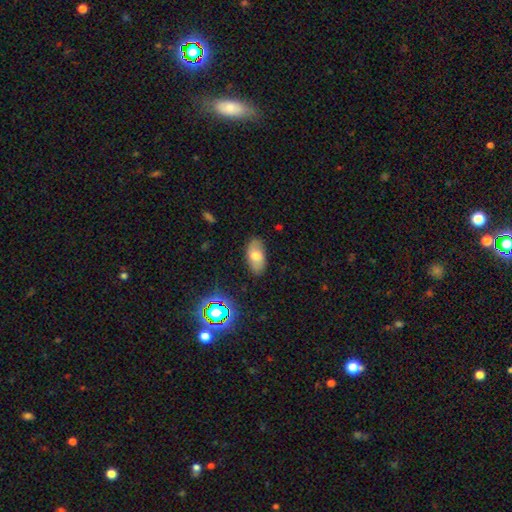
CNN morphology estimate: Smooth or featured? Predicted: smooth (p=0.67). How rounded? Predicted: in between (p=0.92). Merging? Predicted: none (p=0.82).